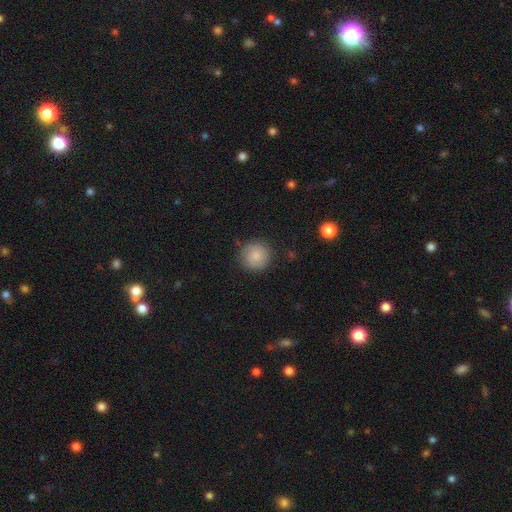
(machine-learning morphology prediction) smooth 84%, featured or disk 8%, star or artifact 8%. Down the decision tree: how rounded — round (94%); merging — none (87%).